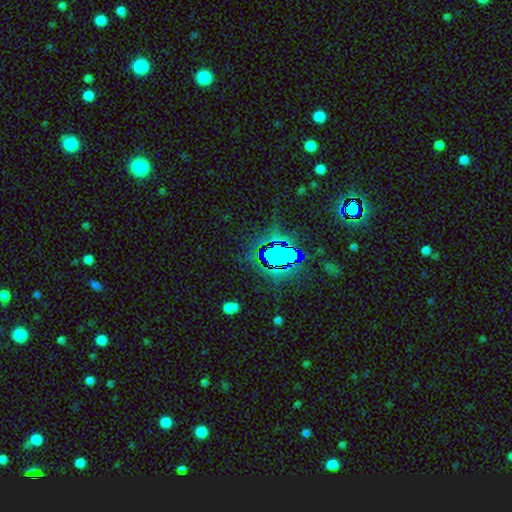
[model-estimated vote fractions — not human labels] Overall: star or artifact (80%).